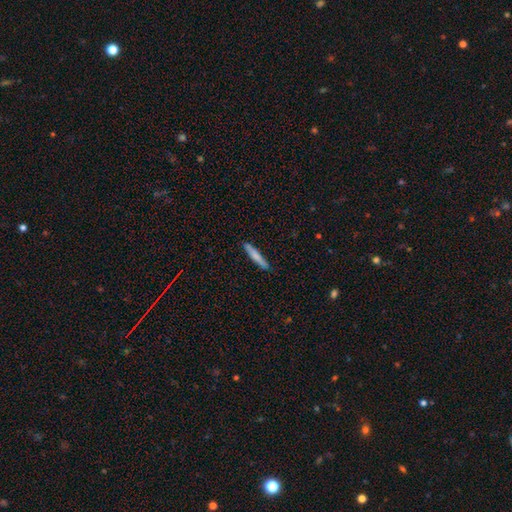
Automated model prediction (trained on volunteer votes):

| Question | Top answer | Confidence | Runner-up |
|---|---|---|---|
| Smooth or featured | smooth | 74% | featured or disk (20%) |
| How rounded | cigar-shaped | 94% | in between (5%) |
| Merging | none | 88% | minor disturbance (9%) |